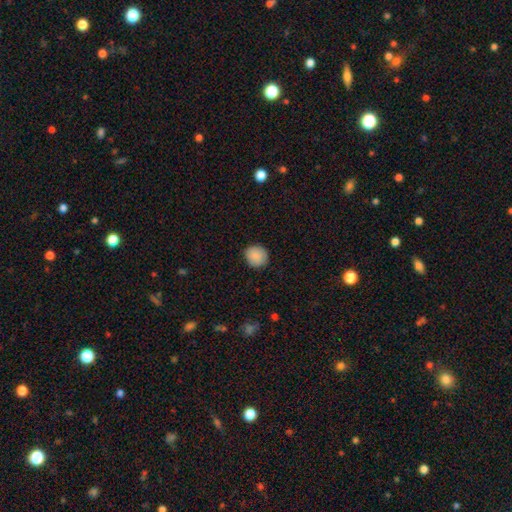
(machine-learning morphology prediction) Overall: smooth (89%). How rounded: round (88%). Merging: none (88%).